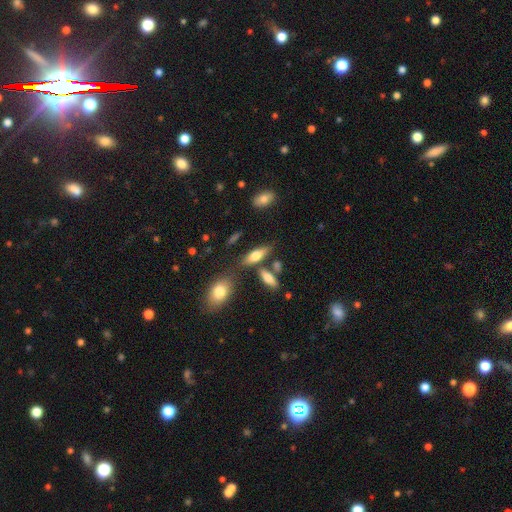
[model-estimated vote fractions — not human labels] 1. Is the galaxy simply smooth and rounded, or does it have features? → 68% smooth, 24% featured or disk, 9% star or artifact.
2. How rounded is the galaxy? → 66% in between, 31% cigar-shaped, 4% round.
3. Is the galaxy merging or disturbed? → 65% none, 16% merger, 14% minor disturbance, 5% major disturbance.